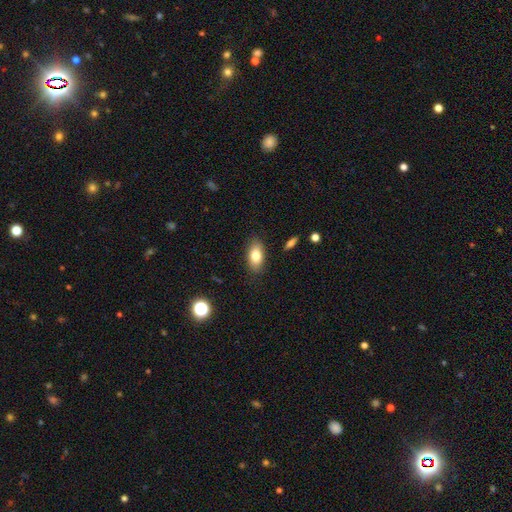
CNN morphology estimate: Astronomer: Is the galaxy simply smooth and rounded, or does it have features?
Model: smooth — 80%.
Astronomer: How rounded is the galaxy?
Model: in between — 89%.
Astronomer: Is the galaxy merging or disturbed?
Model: none — 86%.